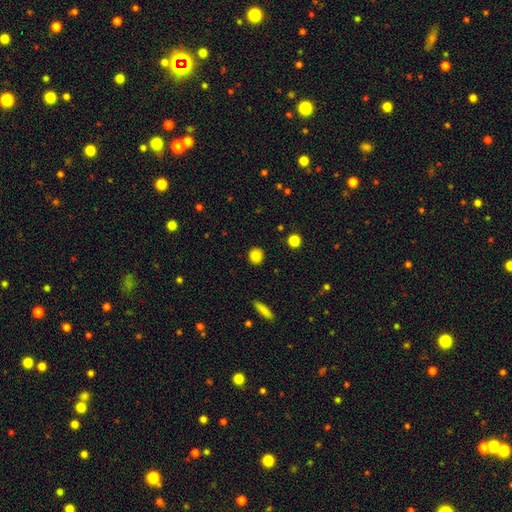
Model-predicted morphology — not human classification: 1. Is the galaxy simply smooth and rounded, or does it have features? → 86% smooth, 10% star or artifact, 4% featured or disk.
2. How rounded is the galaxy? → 86% round, 13% in between, 2% cigar-shaped.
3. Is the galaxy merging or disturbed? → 90% none, 6% minor disturbance, 2% major disturbance, 1% merger.